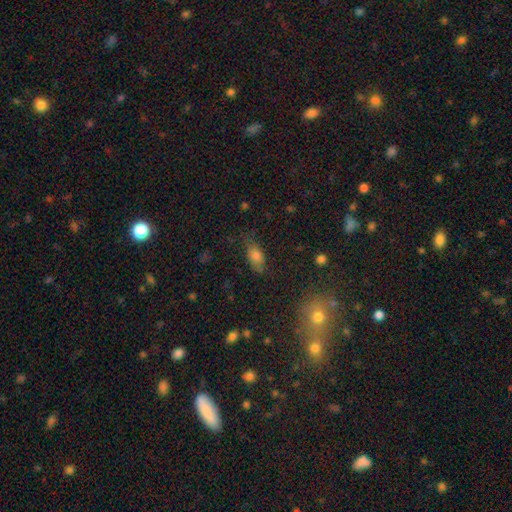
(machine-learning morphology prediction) A smooth galaxy with no disk features (71%) that is in between round and cigar-shaped (81%).

Vote fractions:
- Smooth or featured? smooth: 71% / star or artifact: 16% / featured or disk: 14%
- How rounded? in between: 81% / cigar-shaped: 10% / round: 9%
- Merging? none: 72% / minor disturbance: 20% / major disturbance: 6% / merger: 2%